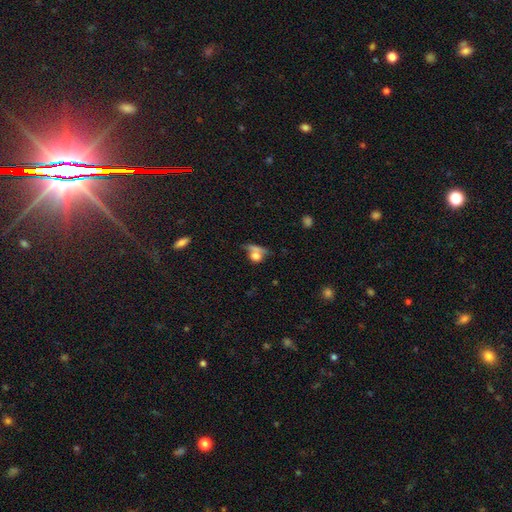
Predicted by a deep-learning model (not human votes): The model was most divided on "merging": merger: 38%, none: 34%, major disturbance: 15%, minor disturbance: 13%. More confident: smooth or featured — smooth (69%); how rounded — round (59%).